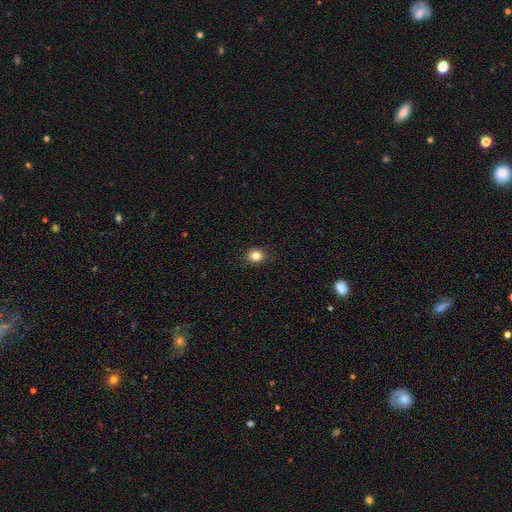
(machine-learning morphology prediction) smooth_or_featured: smooth (p=0.84) [alt: star or artifact p=0.11]
how_rounded: round (p=0.64) [alt: in between p=0.35]
merging: none (p=0.90) [alt: minor disturbance p=0.07]